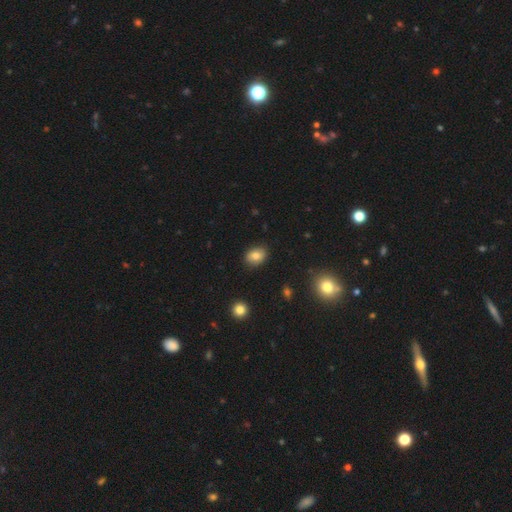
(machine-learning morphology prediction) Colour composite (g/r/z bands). It shows a smooth galaxy with no disk features (79%) that is in between round and cigar-shaped (68%). Merging: none (85%).